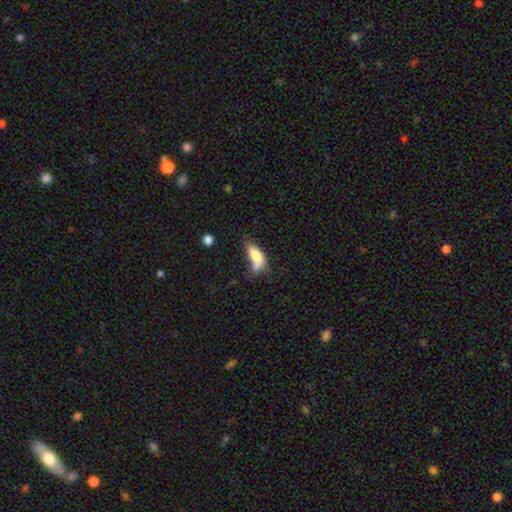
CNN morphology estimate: This is likely a smooth galaxy (72%). How rounded: likely in between (78%). Merging: marginally minor disturbance (27%).